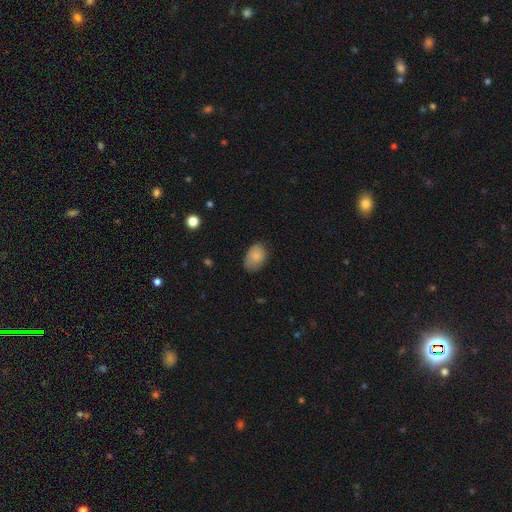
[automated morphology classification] This appears to be a smooth galaxy with no disk features (85%) that is in between round and cigar-shaped (83%). Merging: none (69%).